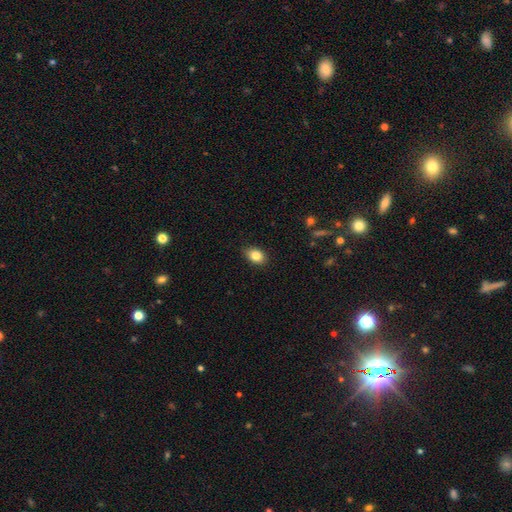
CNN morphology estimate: Smooth or featured: smooth — 84% (star or artifact — 9%)
How rounded: in between — 75% (round — 23%)
Merging: none — 84% (minor disturbance — 13%)